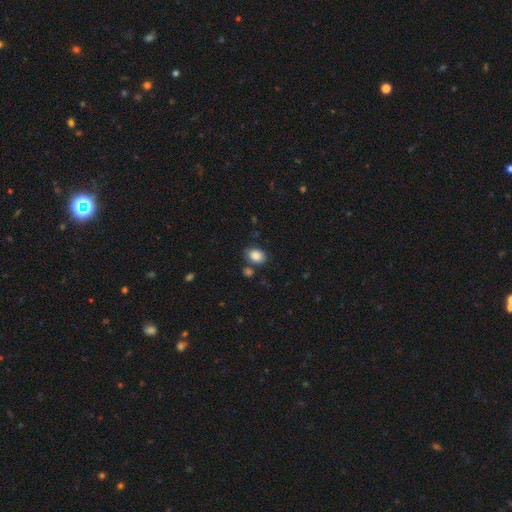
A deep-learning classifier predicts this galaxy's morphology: This appears to be a smooth galaxy with no disk features (86%) that is in between round and cigar-shaped (68%). Merging: none (71%).